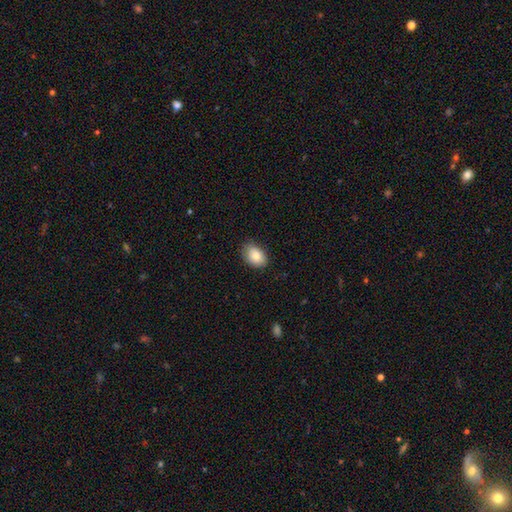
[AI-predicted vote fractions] A smooth galaxy with no disk features (86%) that is in between round and cigar-shaped (83%). Merging: none (77%).